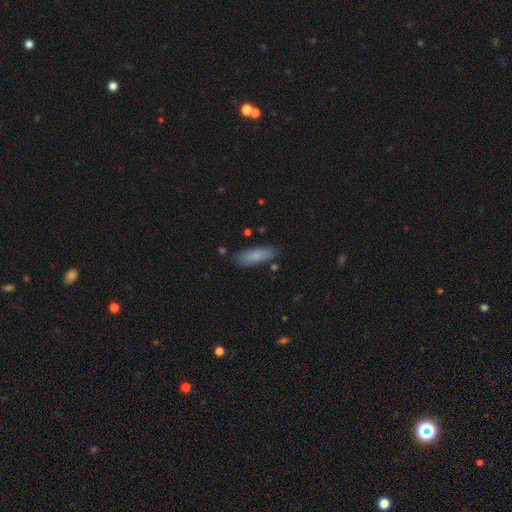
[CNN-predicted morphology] The model was most divided on "how rounded": in between: 50%, cigar-shaped: 49%, round: 2%. More confident: smooth or featured — smooth (83%); merging — none (82%).